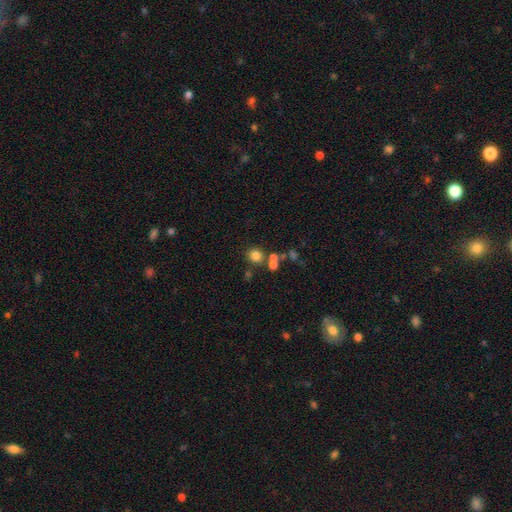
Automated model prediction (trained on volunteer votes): A smooth galaxy with no disk features (76%) that is round (86%). Merging: none (65%).